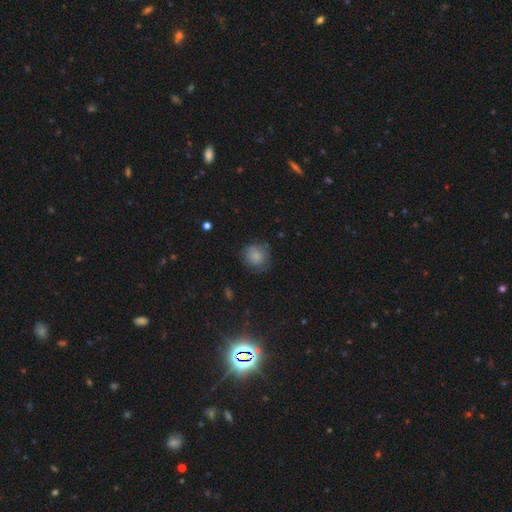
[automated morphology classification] The model was most divided on "merging": none: 69%, minor disturbance: 22%, major disturbance: 7%, merger: 2%. More confident: how rounded — round (84%); smooth or featured — smooth (82%).